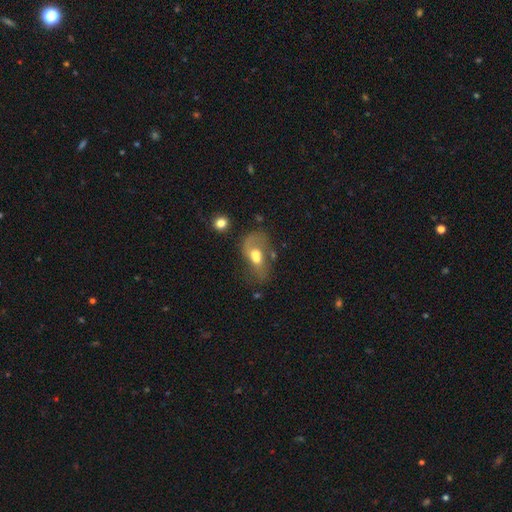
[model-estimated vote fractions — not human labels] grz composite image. It shows a smooth galaxy with no disk features (47%). Merging: merger (44%).